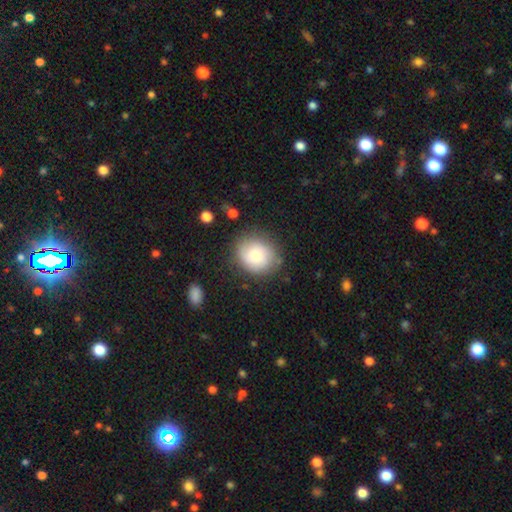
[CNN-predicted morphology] A smooth galaxy with no disk features (73%) that is round (77%).

Vote fractions:
- Smooth or featured? smooth: 73% / featured or disk: 19% / star or artifact: 9%
- How rounded? round: 77% / in between: 22% / cigar-shaped: 1%
- Merging? none: 77% / minor disturbance: 15% / major disturbance: 5% / merger: 2%